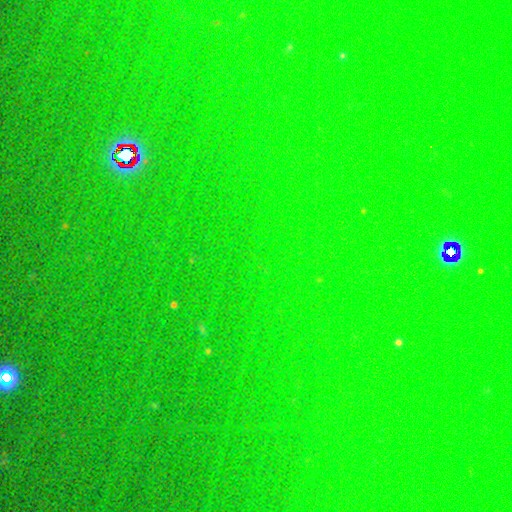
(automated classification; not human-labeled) A star or artifact, not a galaxy (78%).

Vote fractions:
- Smooth or featured? star or artifact: 78% / smooth: 13% / featured or disk: 9%